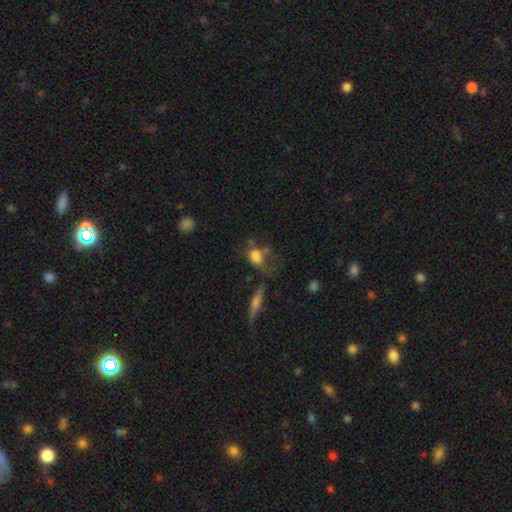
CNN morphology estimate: smooth_or_featured: smooth (p=0.62) [alt: featured or disk p=0.24]
how_rounded: in between (p=0.65) [alt: round p=0.27]
merging: none (p=0.32) [alt: major disturbance p=0.26]